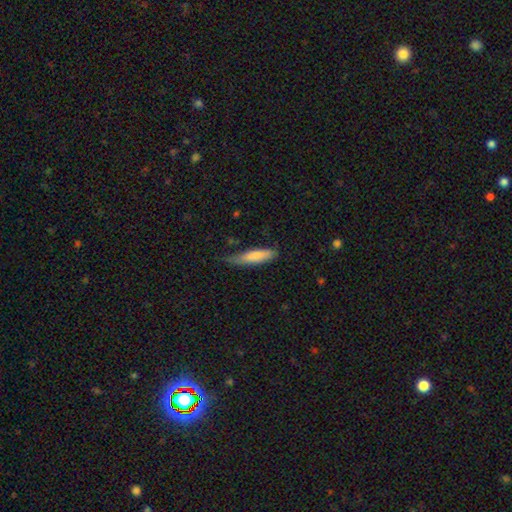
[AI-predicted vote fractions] This appears to be a smooth galaxy with no disk features (78%) that is cigar-shaped (74%). Merging: none (56%).